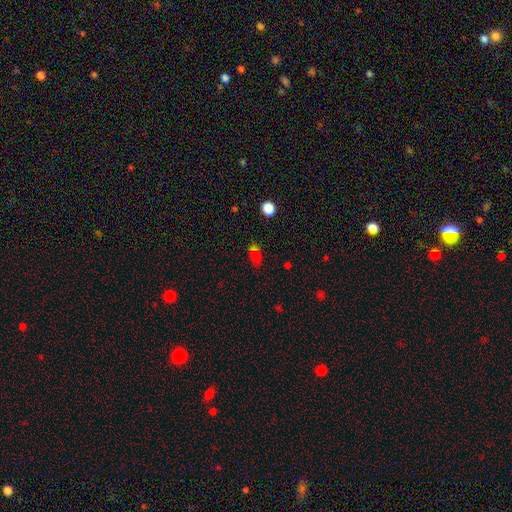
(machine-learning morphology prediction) Smooth or featured? smooth (60%)
How rounded? in between (72%)
Merging? none (69%)